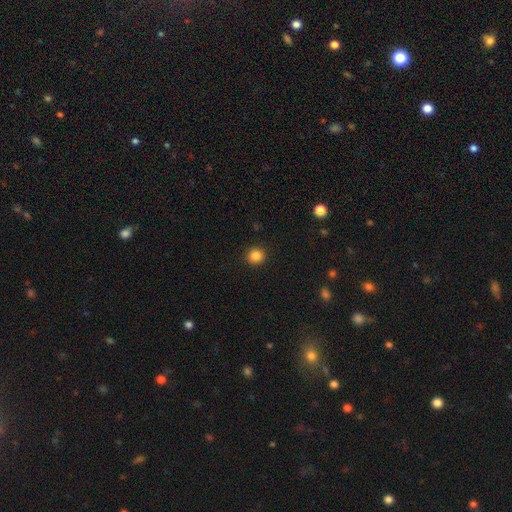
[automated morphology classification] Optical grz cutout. It shows a smooth galaxy with no disk features (85%) that is round (93%). Merging: none (92%).